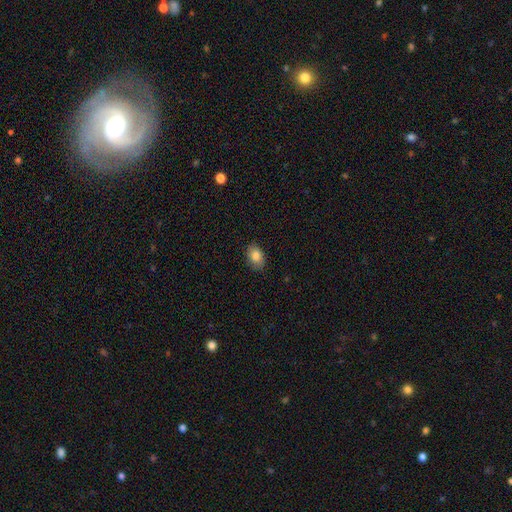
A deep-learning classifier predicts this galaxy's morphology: Smooth or featured? Predicted: smooth (p=0.84). How rounded? Predicted: in between (p=0.84). Merging? Predicted: none (p=0.87).